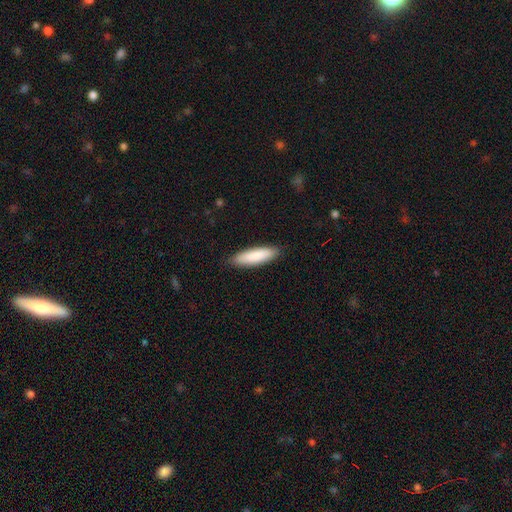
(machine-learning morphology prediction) This appears to be a smooth galaxy with no disk features (87%) that is cigar-shaped (57%). Merging: none (88%).